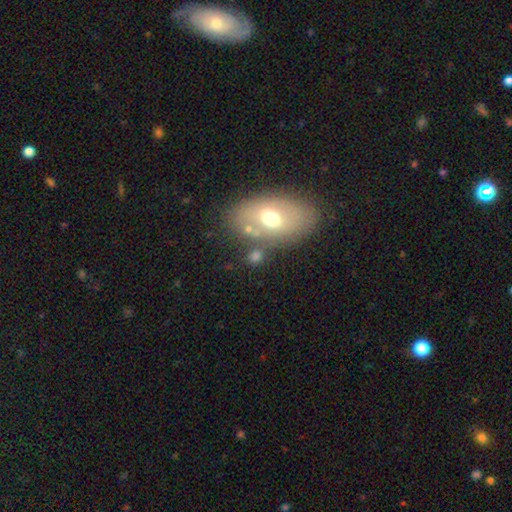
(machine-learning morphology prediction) Q: Smooth or featured?
A: smooth (60%); runner-up: featured or disk (28%)
Q: How rounded?
A: in between (70%); runner-up: round (28%)
Q: Merging?
A: none (62%); runner-up: minor disturbance (15%)